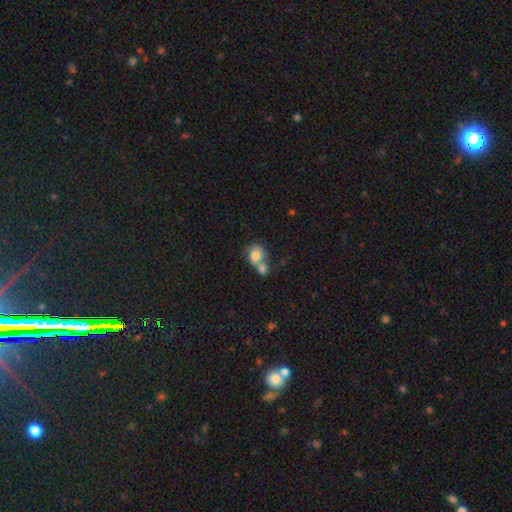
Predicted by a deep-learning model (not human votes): Overall: smooth (76%). How rounded: round (60%; in between 38%). Merging: merger (61%; none 25%).